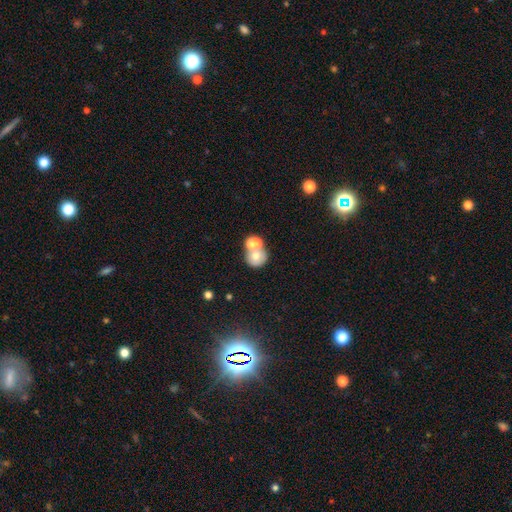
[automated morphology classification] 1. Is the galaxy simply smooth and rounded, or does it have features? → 64% smooth, 26% featured or disk, 10% star or artifact.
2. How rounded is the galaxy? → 74% round, 25% in between, 1% cigar-shaped.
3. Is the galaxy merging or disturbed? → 56% merger, 32% none, 8% minor disturbance, 4% major disturbance.